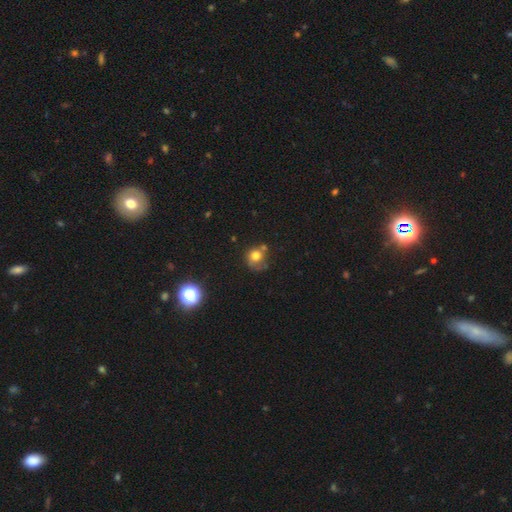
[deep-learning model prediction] This appears to be a smooth galaxy with no disk features (72%) that is round (82%). Merging: none (46%).